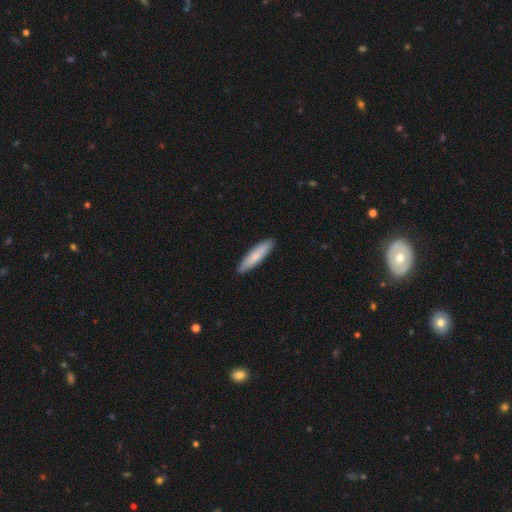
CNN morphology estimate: This is likely a smooth galaxy (78%). How rounded: clearly cigar-shaped (82%). Merging: clearly none (90%).